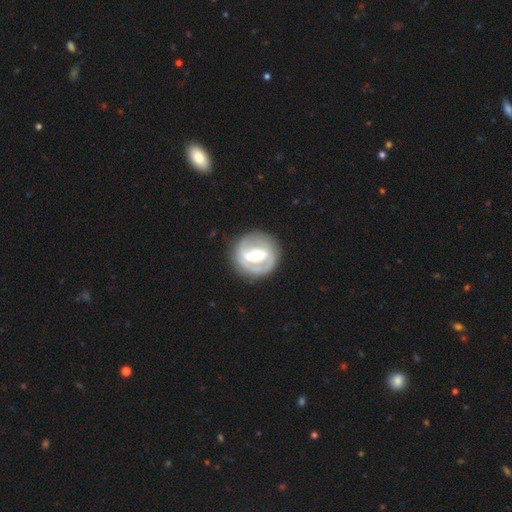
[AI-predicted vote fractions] The model was most divided on "bar": strong: 49%, weak: 33%, no: 19%. More confident: edge-on disk — no (96%); merging — none (82%); smooth or featured — featured or disk (74%); spiral arms — yes (67%); bulge size — moderate (63%).